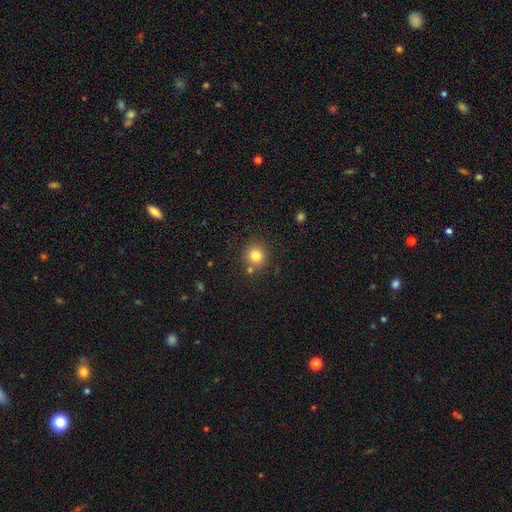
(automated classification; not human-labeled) Smooth or featured?
  - smooth: 80% *
  - star or artifact: 12%
  - featured or disk: 8%
How rounded?
  - round: 92% *
  - in between: 7%
  - cigar-shaped: 1%
Merging?
  - none: 79% *
  - merger: 9%
  - minor disturbance: 9%
  - major disturbance: 3%